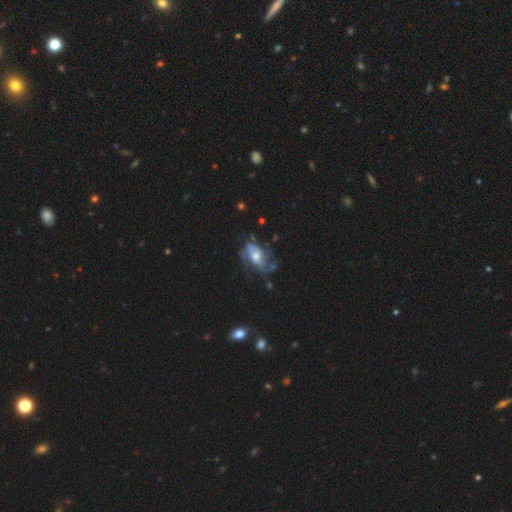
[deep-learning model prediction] The model was most divided on "spiral winding": medium: 43%, loose: 34%, tight: 24%. Remaining: edge-on disk — no (96%); spiral arms — yes (89%); smooth or featured — featured or disk (76%); bulge size — moderate (62%); bar — no (58%); merging — none (49%); spiral arm count — 2 (47%).